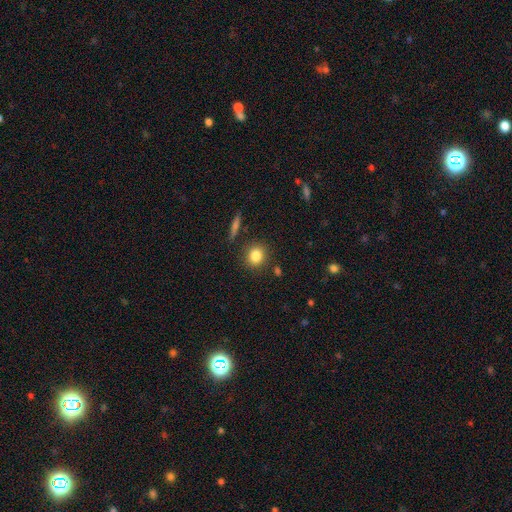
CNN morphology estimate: smooth 84%, star or artifact 10%, featured or disk 7%. Down the decision tree: how rounded — round (77%); merging — none (86%).